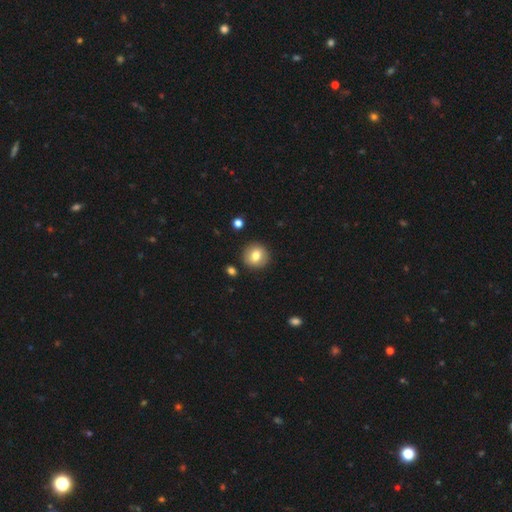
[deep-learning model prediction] Smooth or featured? Predicted: smooth (p=0.77). How rounded? Predicted: round (p=0.90). Merging? Predicted: none (p=0.89).